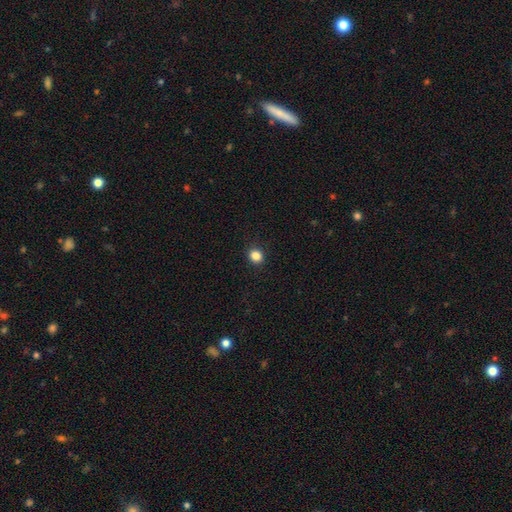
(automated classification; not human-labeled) A smooth galaxy with no disk features (85%) that is round (78%). Merging: none (91%).